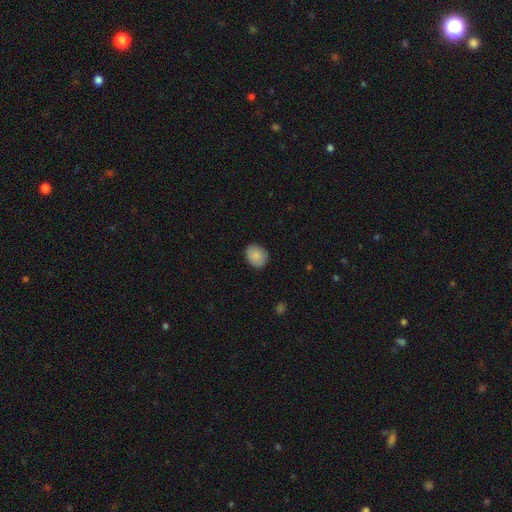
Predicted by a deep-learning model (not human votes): A smooth galaxy with no disk features (87%) that is round (61%). Merging: none (85%).